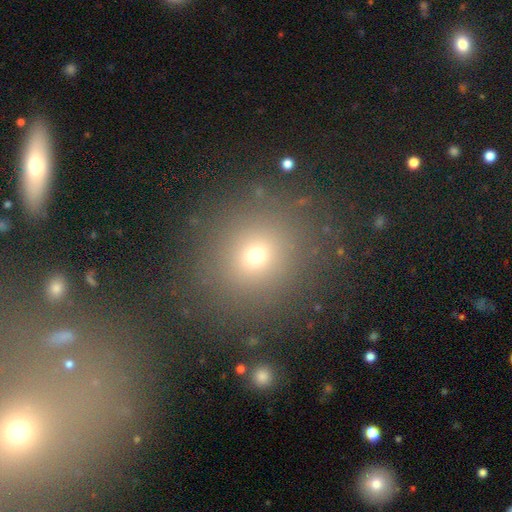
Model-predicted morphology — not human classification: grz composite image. It shows a smooth galaxy with no disk features (66%) that is round (87%). Merging: none (82%).